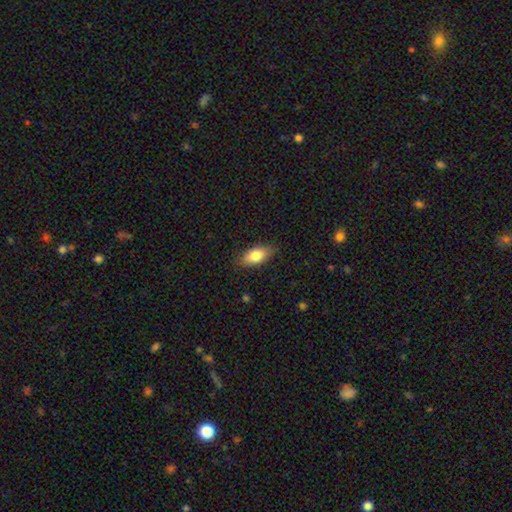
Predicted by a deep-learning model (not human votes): Smooth or featured? Predicted: smooth (p=0.81). How rounded? Predicted: in between (p=0.88). Merging? Predicted: none (p=0.84).